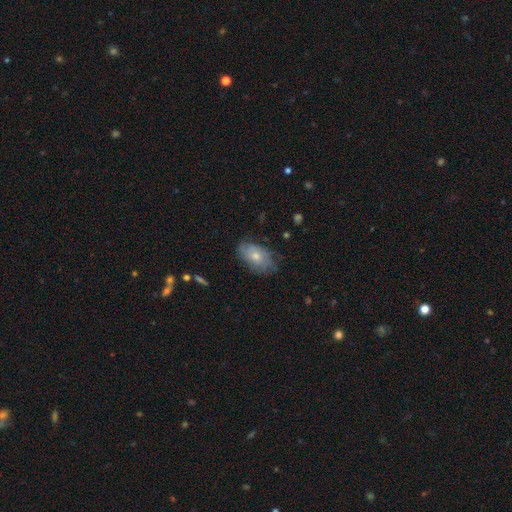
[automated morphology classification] smooth_or_featured: smooth (p=0.57) [alt: featured or disk p=0.35]
how_rounded: in between (p=0.90) [alt: round p=0.08]
merging: none (p=0.67) [alt: minor disturbance p=0.24]